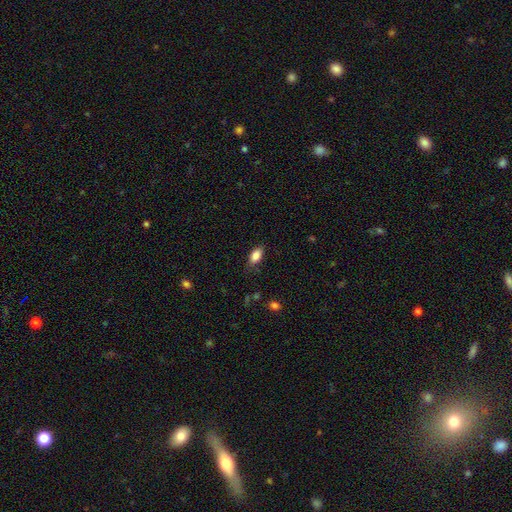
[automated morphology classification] smooth 86%, star or artifact 8%, featured or disk 6%. Down the decision tree: how rounded — in between (89%); merging — none (77%).